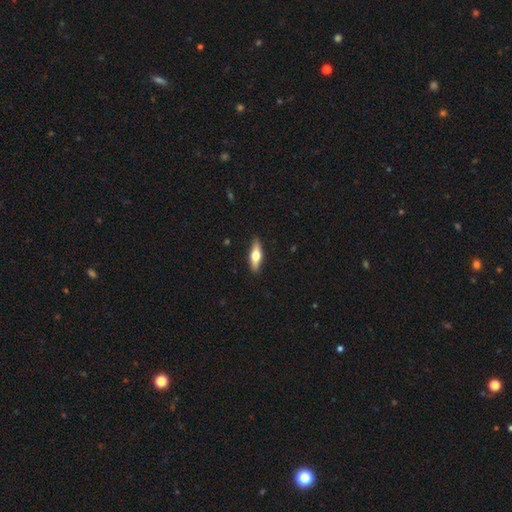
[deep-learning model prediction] Q: Smooth or featured?
A: smooth (50%); runner-up: featured or disk (44%)
Q: Merging?
A: none (89%); runner-up: minor disturbance (8%)